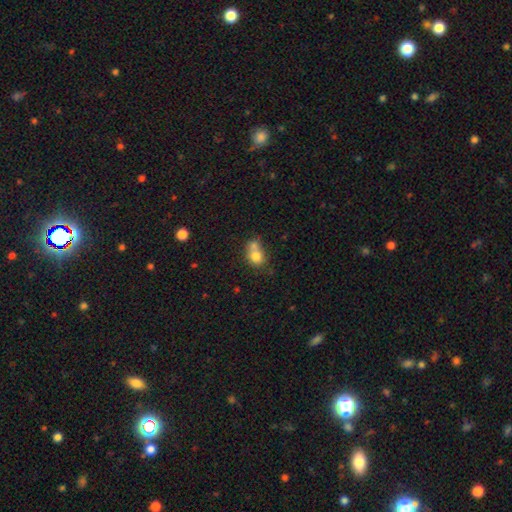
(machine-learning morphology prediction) A smooth galaxy with no disk features (75%) that is round (57%). Merging: merger (55%).